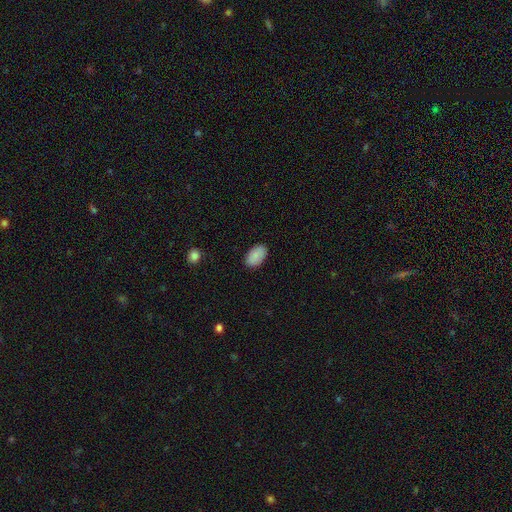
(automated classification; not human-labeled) Smooth or featured? smooth (86%)
How rounded? in between (94%)
Merging? none (87%)